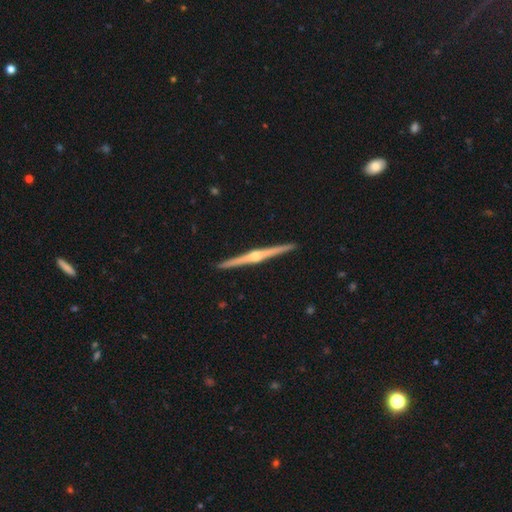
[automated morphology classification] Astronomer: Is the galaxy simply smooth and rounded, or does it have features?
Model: featured or disk — 87%.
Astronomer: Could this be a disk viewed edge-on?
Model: yes — 99%.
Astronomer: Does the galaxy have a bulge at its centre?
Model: rounded — 90%.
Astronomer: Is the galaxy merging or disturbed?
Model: none — 93%.